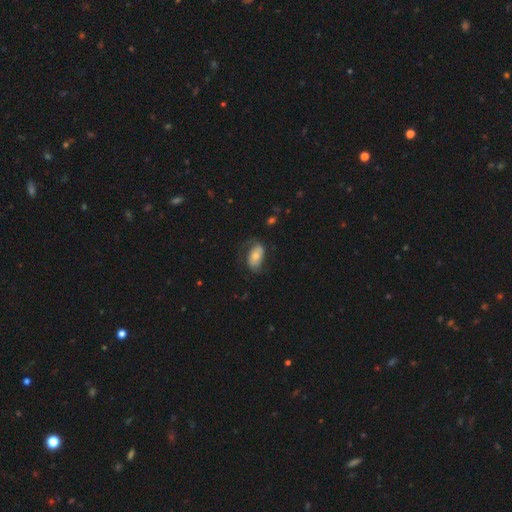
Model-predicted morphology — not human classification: This appears to be a smooth galaxy with no disk features (54%) that is in between round and cigar-shaped (90%). Merging: none (58%).